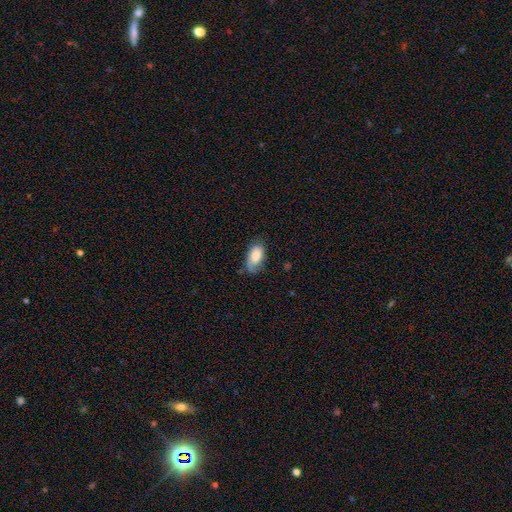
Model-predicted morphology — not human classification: A smooth galaxy with no disk features (70%) that is in between round and cigar-shaped (93%). Merging: none (56%).